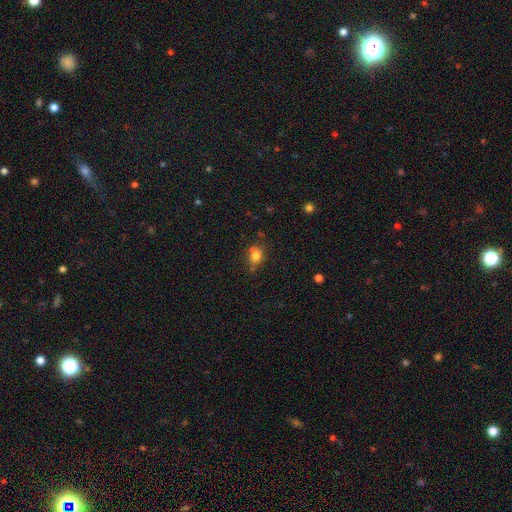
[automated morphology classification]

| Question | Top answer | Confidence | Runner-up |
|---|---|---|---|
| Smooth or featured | smooth | 78% | star or artifact (12%) |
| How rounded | round | 60% | in between (39%) |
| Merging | none | 62% | minor disturbance (26%) |